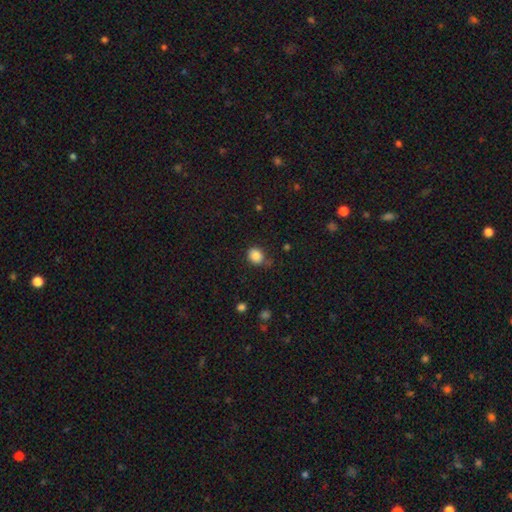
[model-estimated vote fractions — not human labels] A smooth galaxy with no disk features (85%) that is round (69%).

Vote fractions:
- Smooth or featured? smooth: 85% / star or artifact: 11% / featured or disk: 4%
- How rounded? round: 69% / in between: 30% / cigar-shaped: 1%
- Merging? none: 72% / minor disturbance: 20% / major disturbance: 5% / merger: 3%